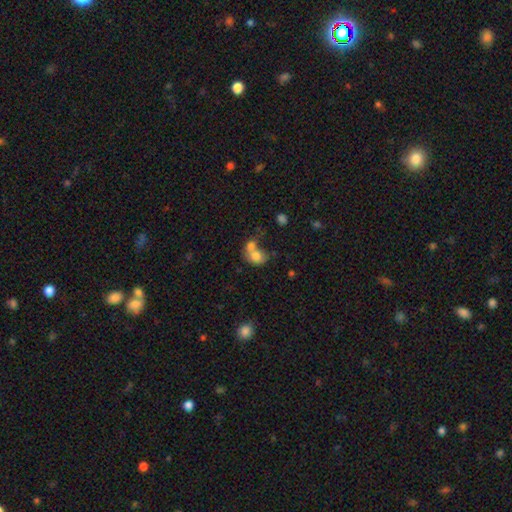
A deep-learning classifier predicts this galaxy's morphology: This is likely a smooth galaxy (74%). How rounded: possibly round (50%). Merging: likely merger (66%).